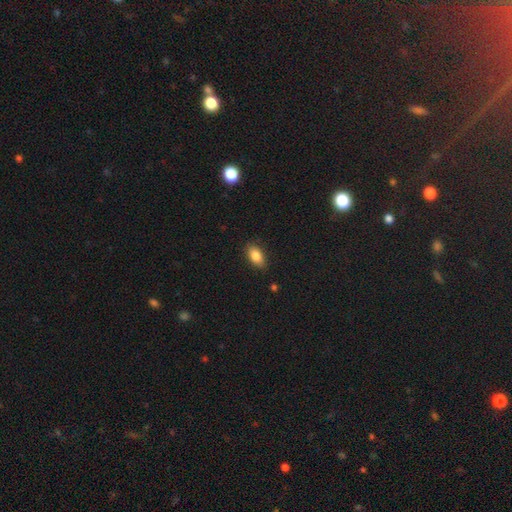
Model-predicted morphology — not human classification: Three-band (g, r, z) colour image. It shows a smooth galaxy with no disk features (85%) that is in between round and cigar-shaped (90%). Merging: none (85%).